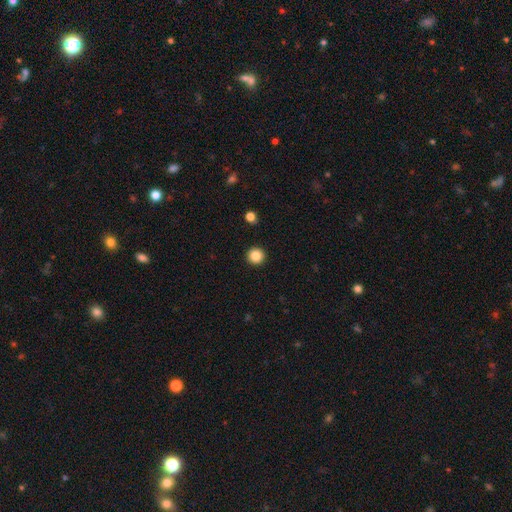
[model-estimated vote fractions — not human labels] Smooth or featured? smooth (85%)
How rounded? round (96%)
Merging? none (93%)